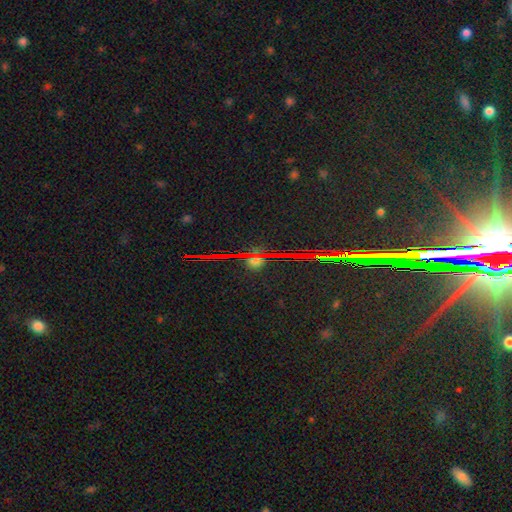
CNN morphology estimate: The model was most divided on "smooth or featured": star or artifact: 84%, featured or disk: 10%, smooth: 7%.